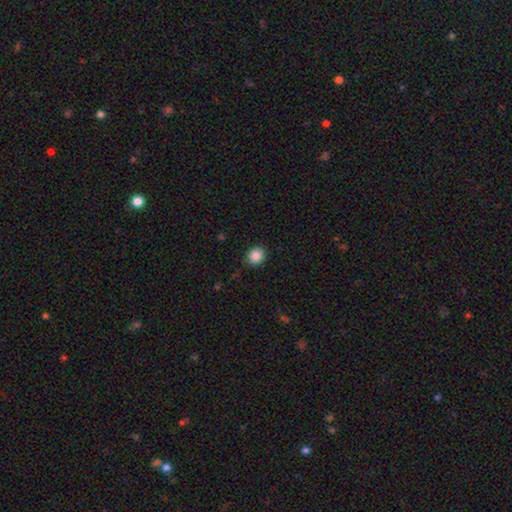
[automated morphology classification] Overall: smooth (87%). How rounded: round (79%). Merging: none (88%).